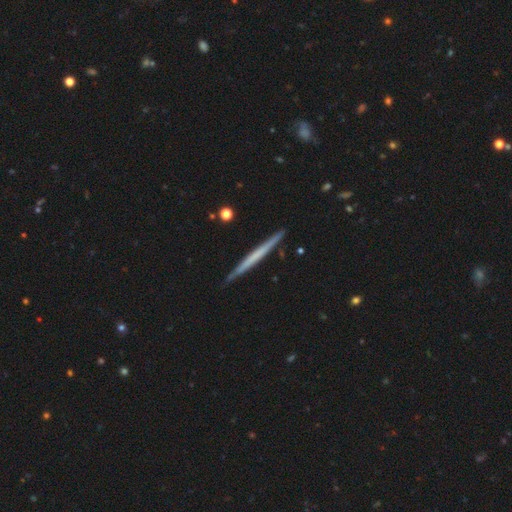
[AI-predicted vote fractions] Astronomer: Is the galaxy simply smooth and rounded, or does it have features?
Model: featured or disk — 52% (runner-up: smooth, 43%).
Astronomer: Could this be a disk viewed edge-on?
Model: yes — 97%.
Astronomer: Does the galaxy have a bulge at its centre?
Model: none — 90%.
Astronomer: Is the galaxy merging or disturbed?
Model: none — 90%.